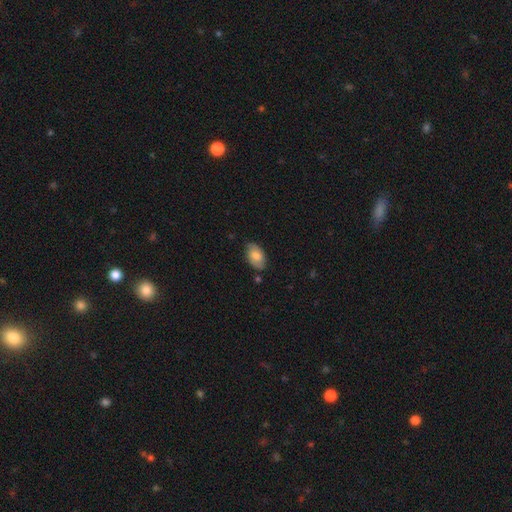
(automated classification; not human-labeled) Q: Smooth or featured?
A: smooth (75%); runner-up: featured or disk (19%)
Q: How rounded?
A: in between (93%); runner-up: round (5%)
Q: Merging?
A: none (77%); runner-up: minor disturbance (17%)